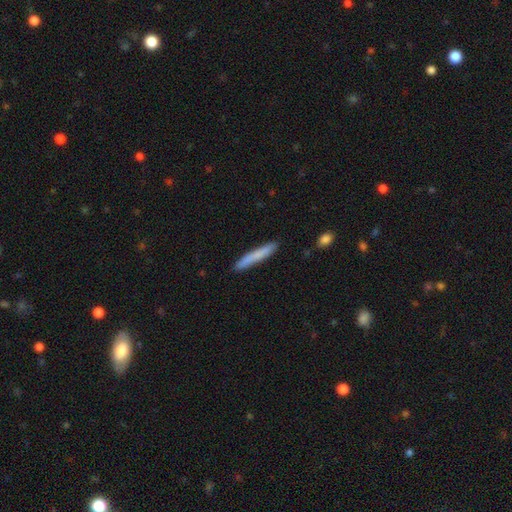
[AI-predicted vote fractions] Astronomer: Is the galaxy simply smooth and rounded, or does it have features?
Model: smooth — 76%.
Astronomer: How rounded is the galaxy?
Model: cigar-shaped — 95%.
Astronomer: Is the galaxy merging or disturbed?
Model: none — 89%.